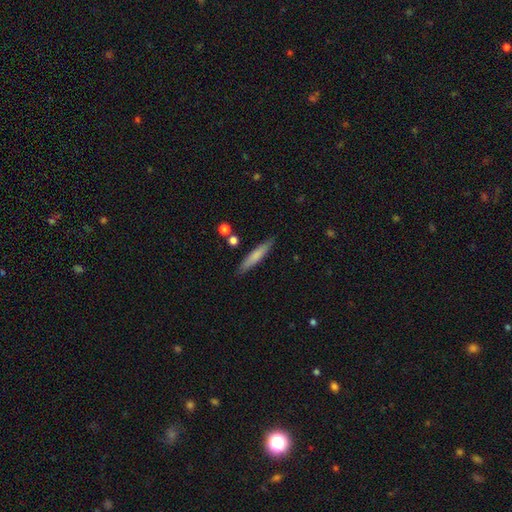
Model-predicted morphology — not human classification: type=smooth (70%); roundness=cigar-shaped (92%); merging=none (87%).